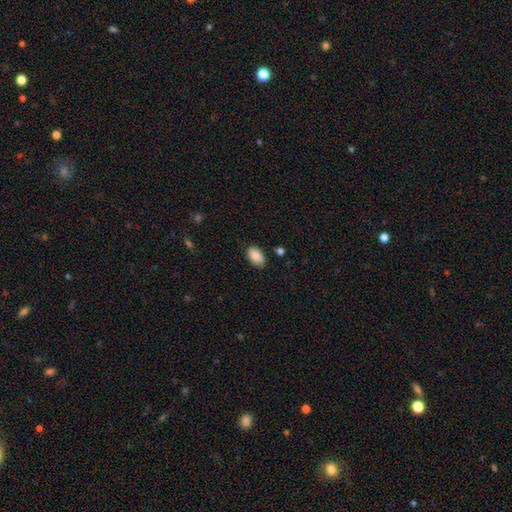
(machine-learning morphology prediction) smooth_or_featured: smooth (p=0.86) [alt: star or artifact p=0.07]
how_rounded: in between (p=0.92) [alt: round p=0.06]
merging: none (p=0.81) [alt: minor disturbance p=0.14]